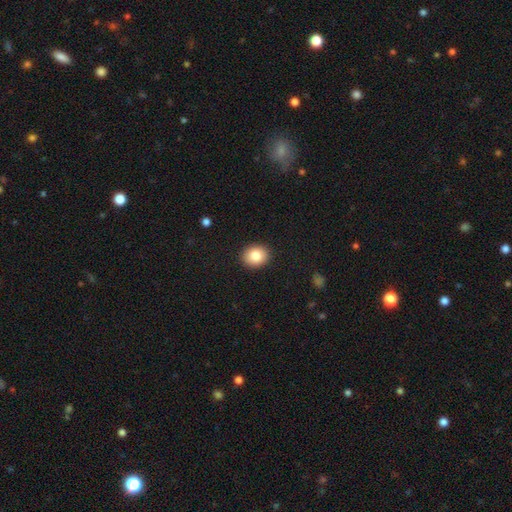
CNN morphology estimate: A smooth galaxy with no disk features (83%) that is round (66%). Merging: none (91%).